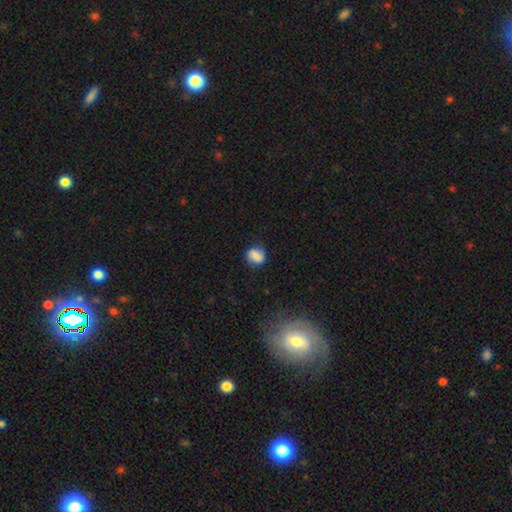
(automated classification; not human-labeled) Smooth or featured: smooth — 67% (featured or disk — 23%)
How rounded: round — 59% (in between — 39%)
Merging: none — 70% (minor disturbance — 21%)